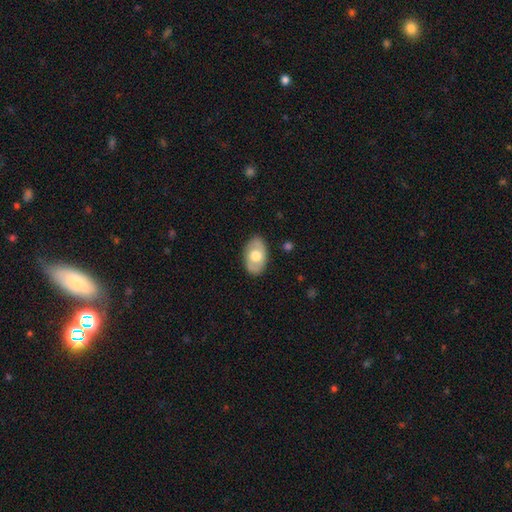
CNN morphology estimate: smooth-or-featured: smooth: 55% | featured or disk: 39% | star or artifact: 5%
  how-rounded: in between: 90% | round: 9% | cigar-shaped: 1%
  merging: none: 85% | minor disturbance: 12% | major disturbance: 3% | merger: 1%